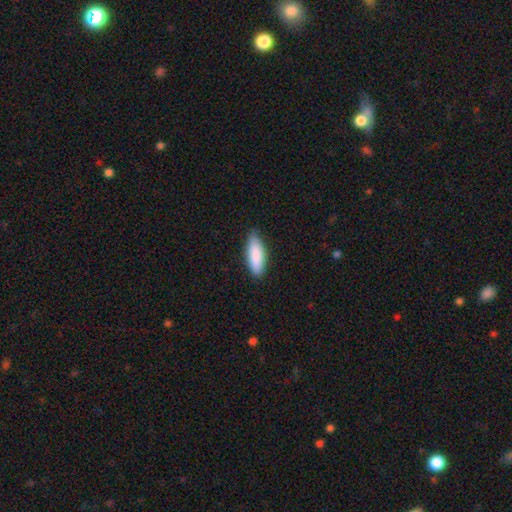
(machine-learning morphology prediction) Smooth or featured?
  - smooth: 87% *
  - featured or disk: 7%
  - star or artifact: 5%
How rounded?
  - in between: 62% *
  - cigar-shaped: 36%
  - round: 2%
Merging?
  - none: 81% *
  - minor disturbance: 16%
  - major disturbance: 2%
  - merger: 1%